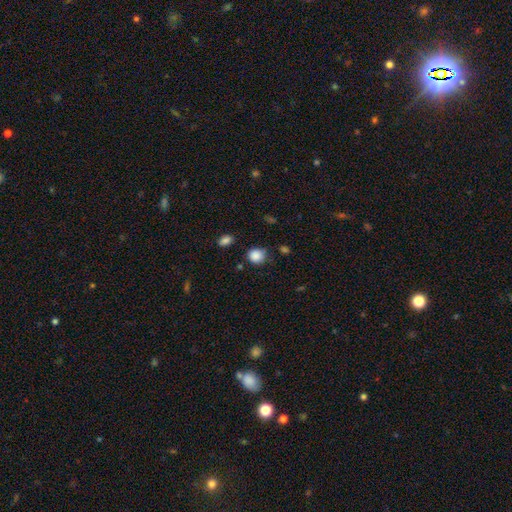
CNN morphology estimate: smooth_or_featured: smooth (p=0.87) [alt: star or artifact p=0.09]
how_rounded: round (p=0.83) [alt: in between p=0.16]
merging: none (p=0.71) [alt: minor disturbance p=0.21]